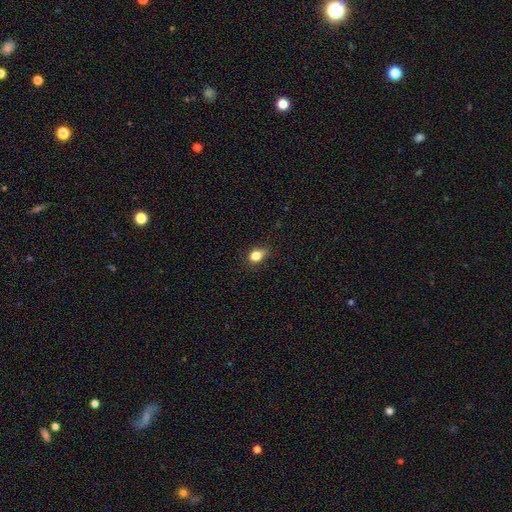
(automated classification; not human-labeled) smooth 83%, star or artifact 11%, featured or disk 7%. Down the decision tree: how rounded — in between (54%); merging — none (68%).